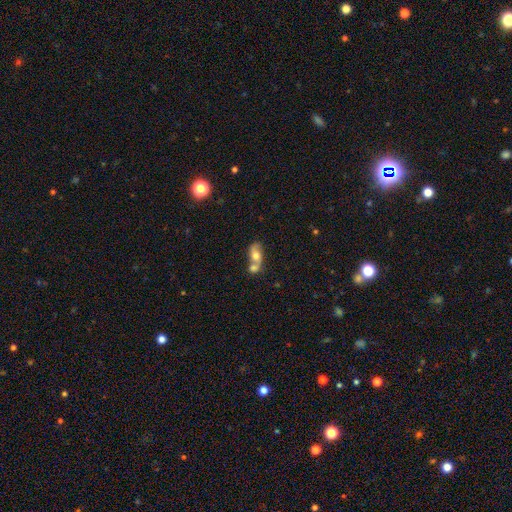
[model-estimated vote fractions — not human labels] Q: Smooth or featured?
A: smooth (50%); runner-up: featured or disk (41%)
Q: How rounded?
A: in between (75%); runner-up: round (17%)
Q: Merging?
A: merger (61%); runner-up: none (24%)